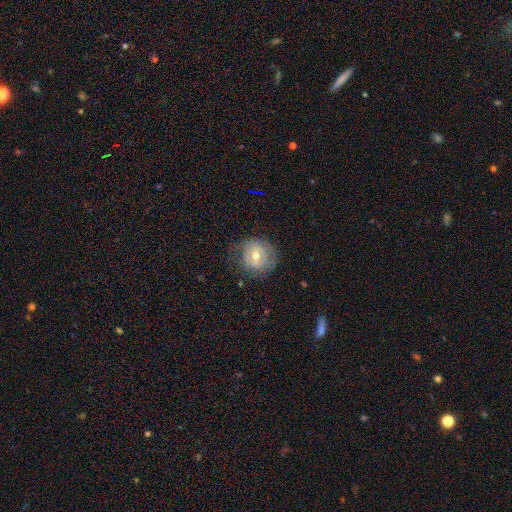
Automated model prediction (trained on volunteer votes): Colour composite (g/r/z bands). It shows a featured or disk galaxy (55%) with no bar (43%), no spiral arms (50%, tied with yes) and a moderate central bulge (70%). Merging: none (68%).